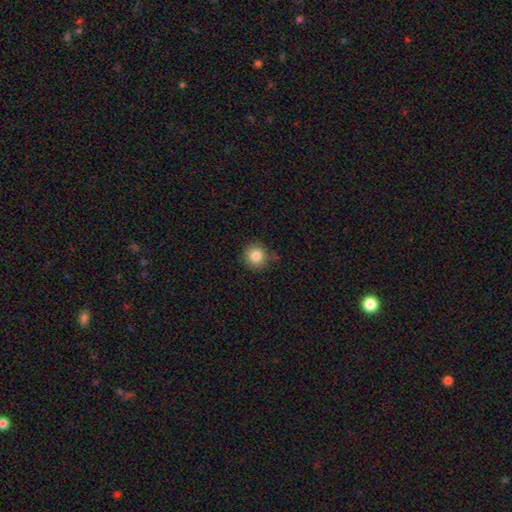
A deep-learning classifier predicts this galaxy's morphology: Smooth or featured? smooth (84%)
How rounded? round (91%)
Merging? none (82%)